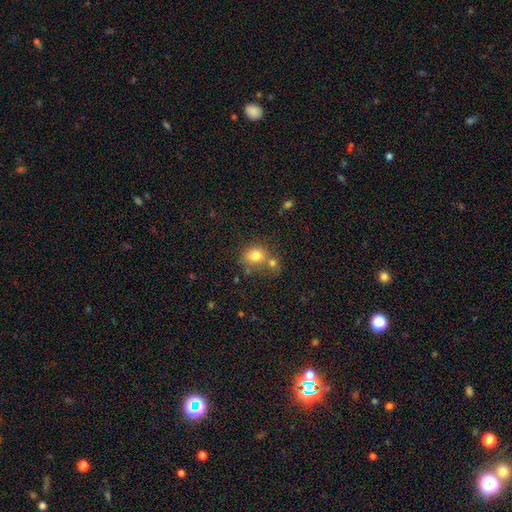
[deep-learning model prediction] smooth-or-featured: smooth: 78% | star or artifact: 12% | featured or disk: 11%
  how-rounded: round: 64% | in between: 35% | cigar-shaped: 1%
  merging: none: 45% | merger: 37% | minor disturbance: 12% | major disturbance: 5%